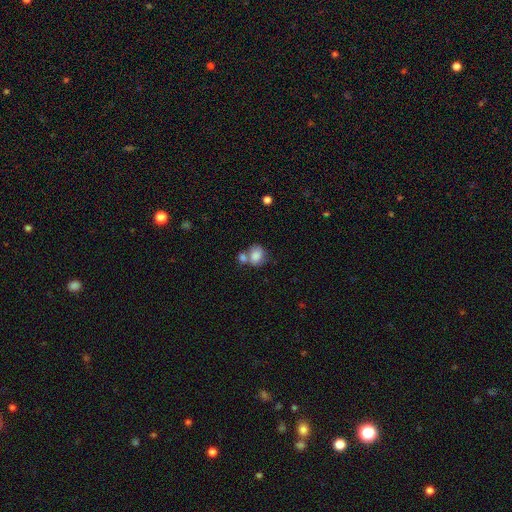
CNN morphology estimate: Q: Smooth or featured?
A: smooth (82%); runner-up: featured or disk (10%)
Q: How rounded?
A: round (56%); runner-up: in between (42%)
Q: Merging?
A: merger (45%); runner-up: none (36%)